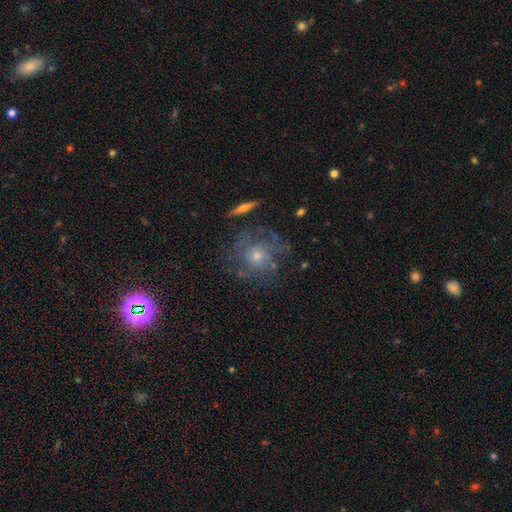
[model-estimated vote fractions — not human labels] Smooth or featured: featured or disk — 59% (smooth — 24%)
Edge-on disk: no — 94% (yes — 6%)
Bar: no — 85% (weak — 12%)
Spiral arms: yes — 69% (no — 31%)
Bulge size: small — 54% (moderate — 38%)
Merging: none — 67% (minor disturbance — 17%)